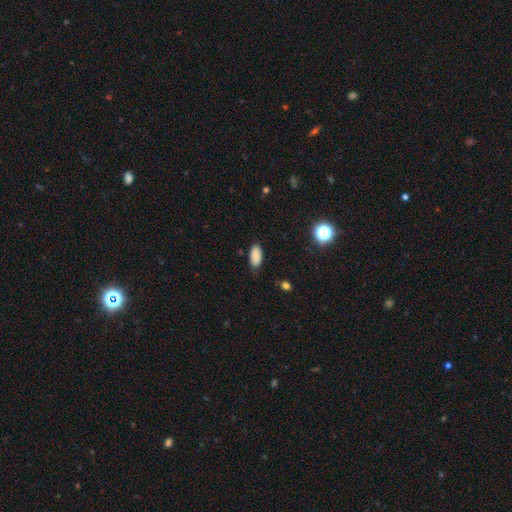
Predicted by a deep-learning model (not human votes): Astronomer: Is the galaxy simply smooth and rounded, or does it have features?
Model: smooth — 87%.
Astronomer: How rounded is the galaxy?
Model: in between — 91%.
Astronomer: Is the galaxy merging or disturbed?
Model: none — 81%.